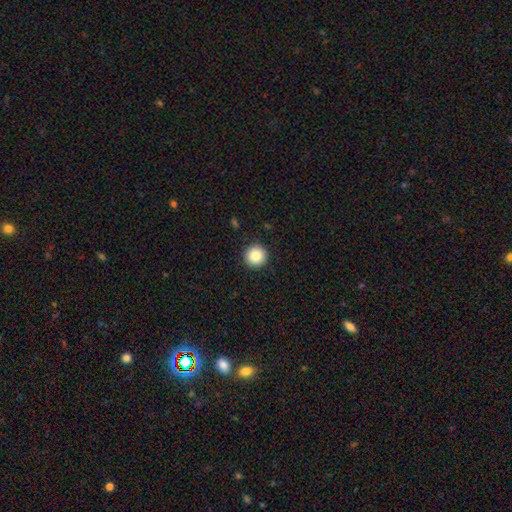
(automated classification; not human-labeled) Smooth or featured: smooth — 87% (star or artifact — 9%)
How rounded: round — 96% (in between — 3%)
Merging: none — 93% (minor disturbance — 5%)